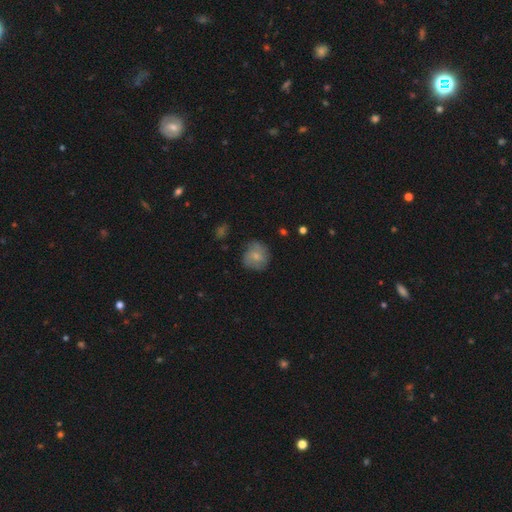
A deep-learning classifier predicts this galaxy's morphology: type=smooth (69%); roundness=round (84%); merging=none (68%).